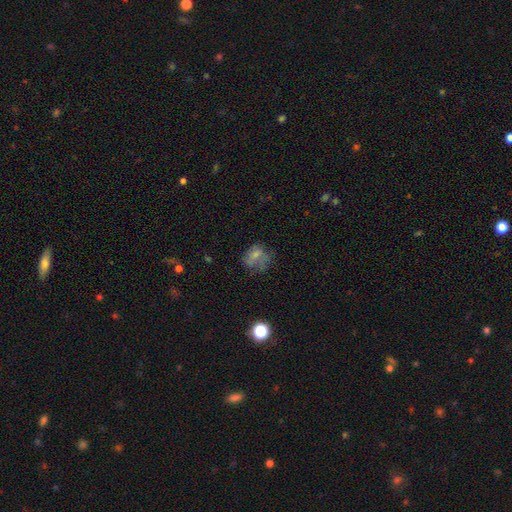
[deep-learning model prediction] Smooth or featured: smooth — 55% (featured or disk — 31%)
How rounded: round — 59% (in between — 40%)
Merging: none — 43% (major disturbance — 28%)